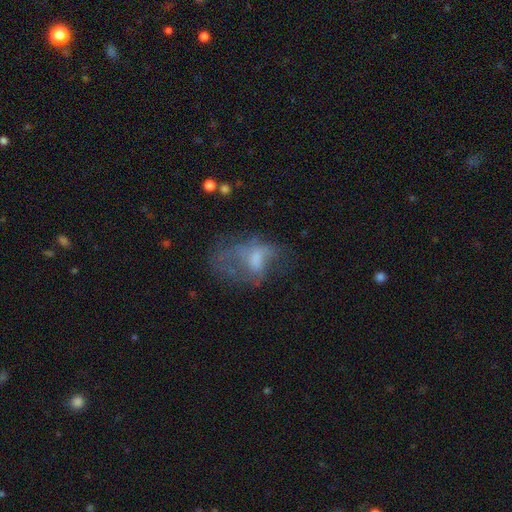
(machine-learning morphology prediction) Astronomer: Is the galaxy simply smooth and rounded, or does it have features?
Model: featured or disk — 47% (runner-up: smooth, 39%).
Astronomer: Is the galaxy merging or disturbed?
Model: major disturbance — 47% (runner-up: none, 28%).